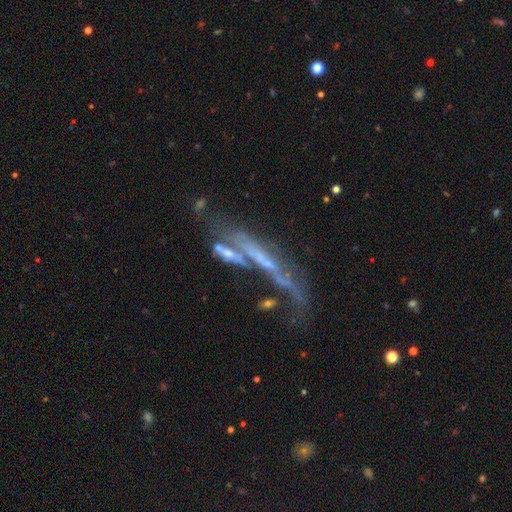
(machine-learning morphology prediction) type=featured or disk (66%); edge-on=yes (57%); merging=major disturbance (30%).